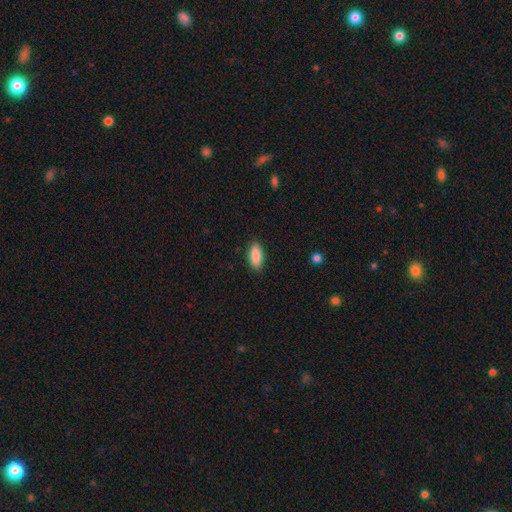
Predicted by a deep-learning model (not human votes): A smooth galaxy with no disk features (88%) that is in between round and cigar-shaped (86%). Merging: none (89%).